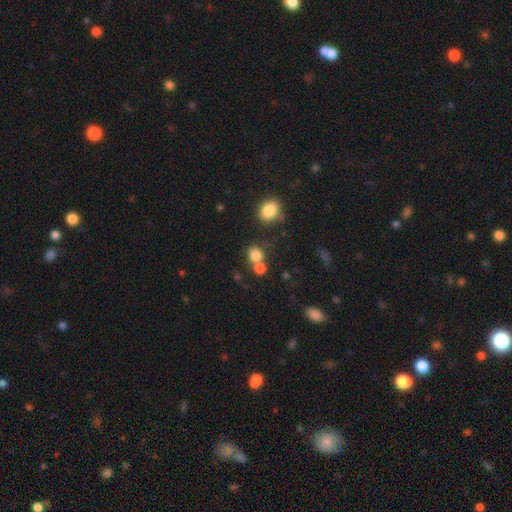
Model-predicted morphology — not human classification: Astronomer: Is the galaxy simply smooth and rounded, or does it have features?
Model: smooth — 80%.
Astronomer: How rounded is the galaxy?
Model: round — 78%.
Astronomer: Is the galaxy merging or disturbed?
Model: none — 49% (runner-up: merger, 39%).